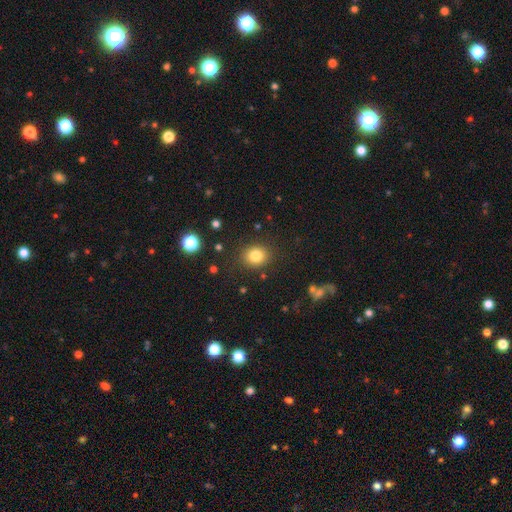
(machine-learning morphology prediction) Smooth or featured: smooth — 82% (star or artifact — 11%)
How rounded: round — 71% (in between — 28%)
Merging: none — 86% (minor disturbance — 9%)